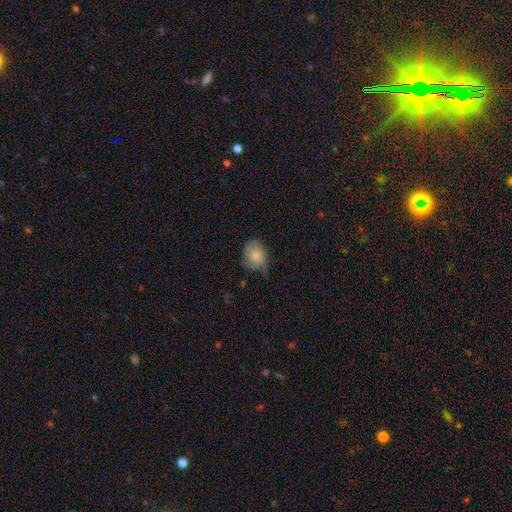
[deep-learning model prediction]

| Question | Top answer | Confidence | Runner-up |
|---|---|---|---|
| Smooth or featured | smooth | 68% | featured or disk (24%) |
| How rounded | round | 53% | in between (46%) |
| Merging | none | 52% | minor disturbance (35%) |